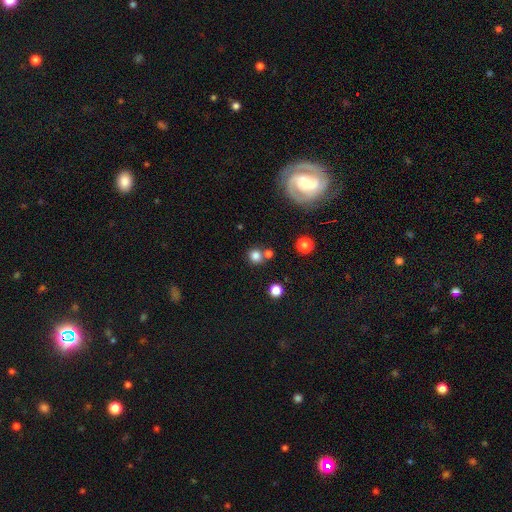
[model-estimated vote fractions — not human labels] A smooth galaxy with no disk features (80%) that is round (87%).

Vote fractions:
- Smooth or featured? smooth: 80% / star or artifact: 14% / featured or disk: 6%
- How rounded? round: 87% / in between: 12% / cigar-shaped: 1%
- Merging? none: 67% / merger: 21% / minor disturbance: 9% / major disturbance: 3%